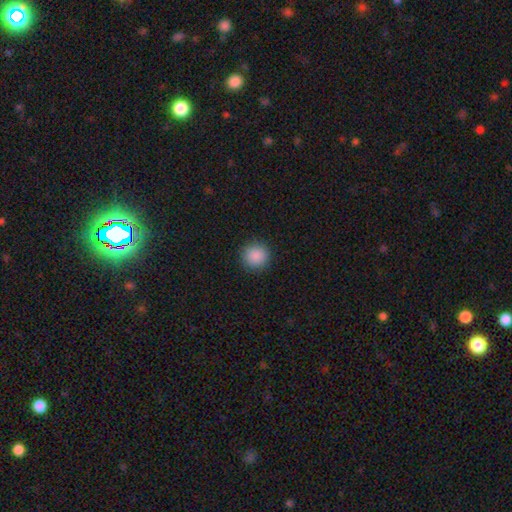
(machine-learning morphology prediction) smooth-or-featured: smooth: 89% | star or artifact: 9% | featured or disk: 3%
  how-rounded: round: 95% | in between: 4% | cigar-shaped: 1%
  merging: none: 92% | minor disturbance: 5% | major disturbance: 2% | merger: 1%